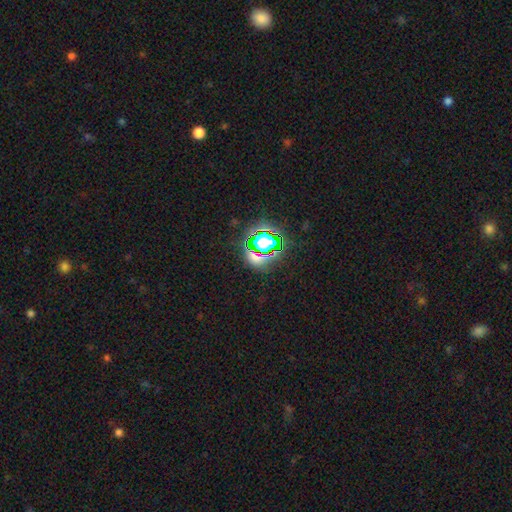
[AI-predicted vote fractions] smooth_or_featured: star or artifact (p=0.59) [alt: smooth p=0.30]